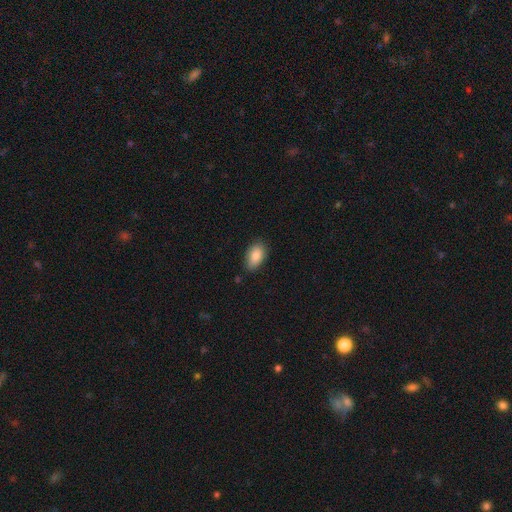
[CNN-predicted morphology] smooth_or_featured: smooth (p=0.86) [alt: featured or disk p=0.07]
how_rounded: in between (p=0.92) [alt: round p=0.06]
merging: none (p=0.79) [alt: minor disturbance p=0.17]